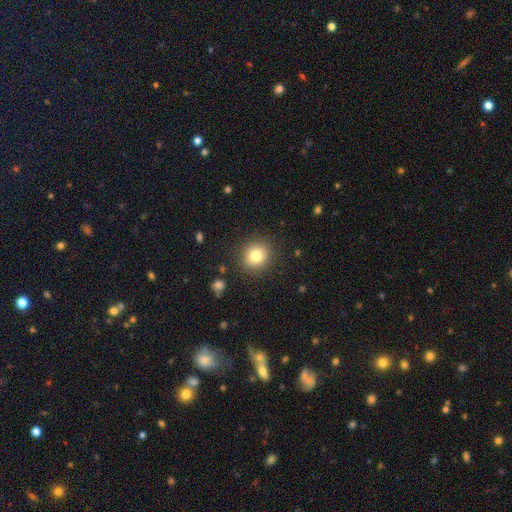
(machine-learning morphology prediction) smooth 81%, star or artifact 11%, featured or disk 8%. Down the decision tree: how rounded — round (83%); merging — none (89%).